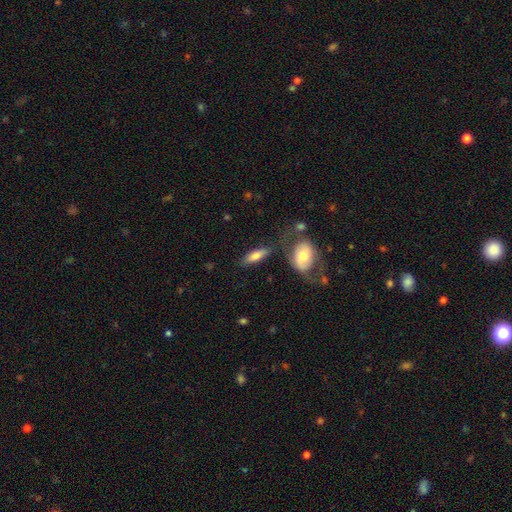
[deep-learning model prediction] Smooth or featured: smooth — 73% (featured or disk — 20%)
How rounded: in between — 57% (cigar-shaped — 39%)
Merging: none — 68% (minor disturbance — 16%)